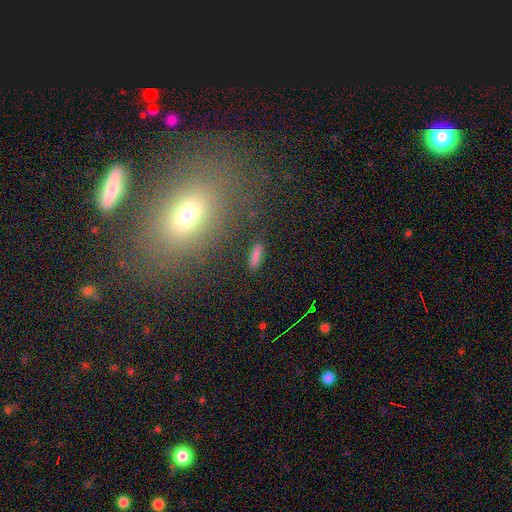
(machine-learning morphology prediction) smooth 82%, star or artifact 10%, featured or disk 8%. Down the decision tree: how rounded — cigar-shaped (60%); merging — none (87%).